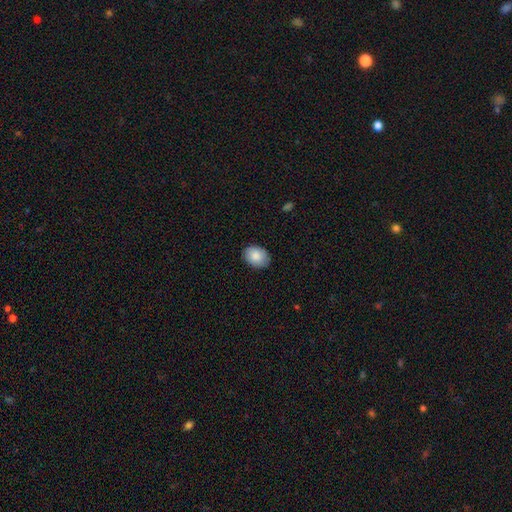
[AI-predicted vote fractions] This is clearly a smooth galaxy (86%). How rounded: likely in between (75%). Merging: clearly none (86%).